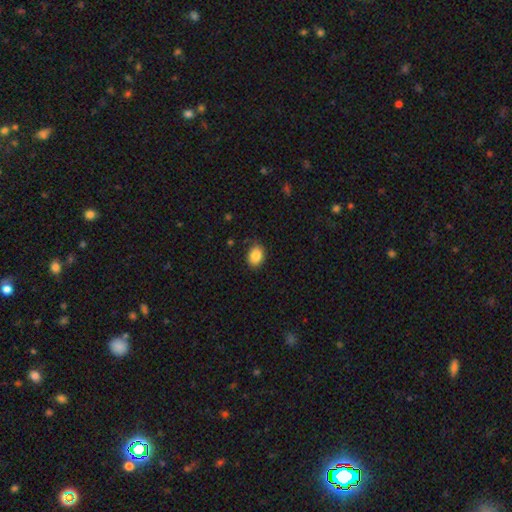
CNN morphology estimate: smooth-or-featured: smooth: 87% | star or artifact: 8% | featured or disk: 5%
  how-rounded: in between: 65% | round: 34% | cigar-shaped: 1%
  merging: none: 83% | minor disturbance: 13% | major disturbance: 3% | merger: 1%